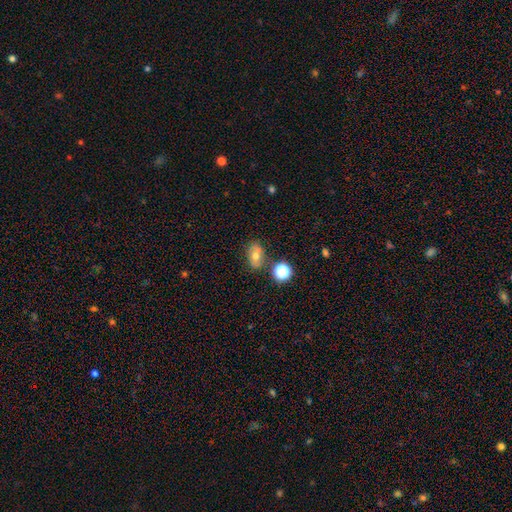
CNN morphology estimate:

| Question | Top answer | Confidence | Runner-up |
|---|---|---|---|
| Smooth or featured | smooth | 51% | featured or disk (28%) |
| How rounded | in between | 73% | round (24%) |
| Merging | none | 77% | minor disturbance (13%) |